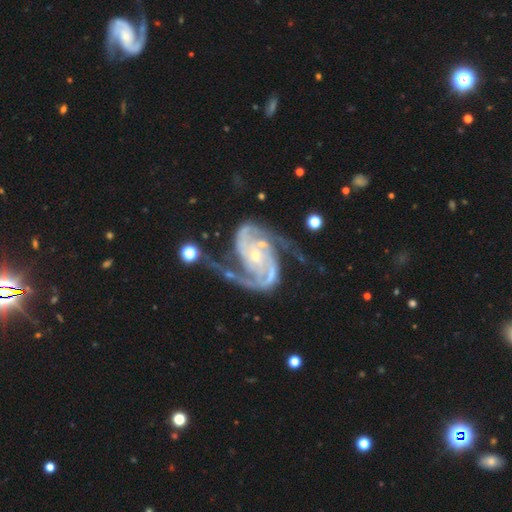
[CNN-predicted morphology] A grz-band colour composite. It shows a featured or disk galaxy (93%) with no bar (51%), 2 (87%) medium (54%) spiral arms (99%) and a small central bulge (72%). Merging: none (58%).